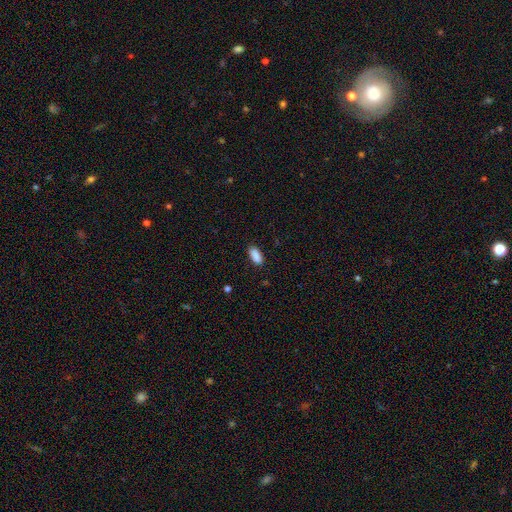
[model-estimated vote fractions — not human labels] Smooth or featured? Predicted: smooth (p=0.90). How rounded? Predicted: in between (p=0.86). Merging? Predicted: none (p=0.87).